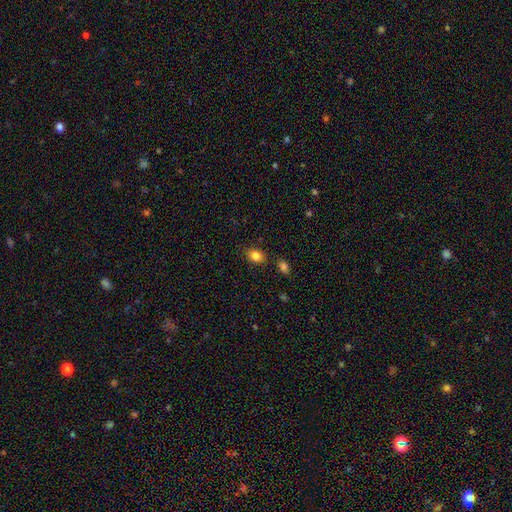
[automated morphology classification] A smooth galaxy with no disk features (83%) that is in between round and cigar-shaped (71%).

Vote fractions:
- Smooth or featured? smooth: 83% / star or artifact: 10% / featured or disk: 7%
- How rounded? in between: 71% / round: 28% / cigar-shaped: 1%
- Merging? none: 80% / minor disturbance: 12% / merger: 4% / major disturbance: 3%